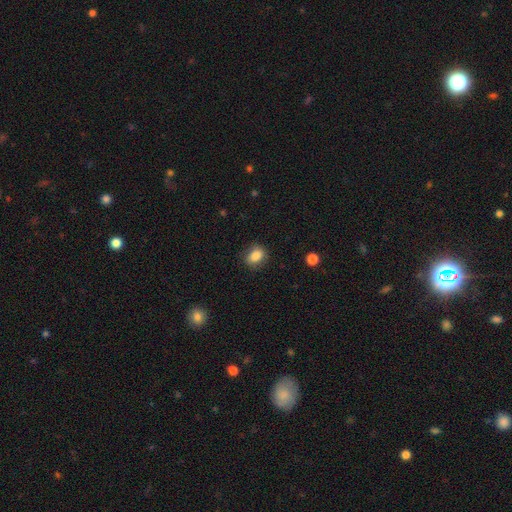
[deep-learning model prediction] A smooth galaxy with no disk features (84%) that is in between round and cigar-shaped (59%). Merging: none (79%).